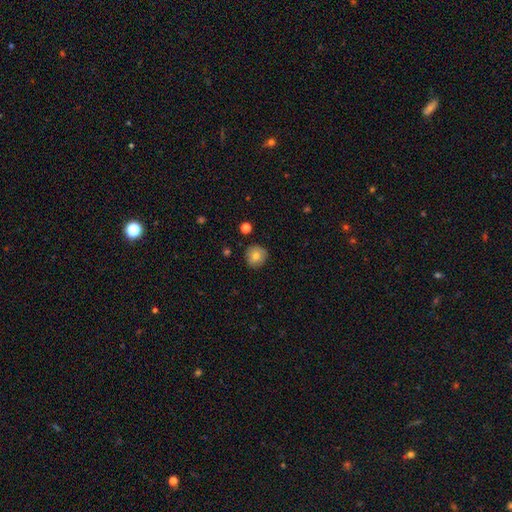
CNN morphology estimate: The model was most divided on "smooth or featured": smooth: 78%, featured or disk: 12%, star or artifact: 9%. More confident: how rounded — round (92%); merging — none (85%).